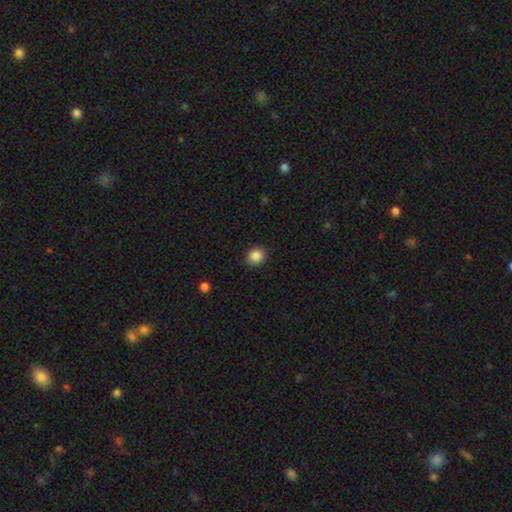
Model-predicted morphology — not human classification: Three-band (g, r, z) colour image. It shows a smooth galaxy with no disk features (87%) that is round (74%). Merging: none (88%).